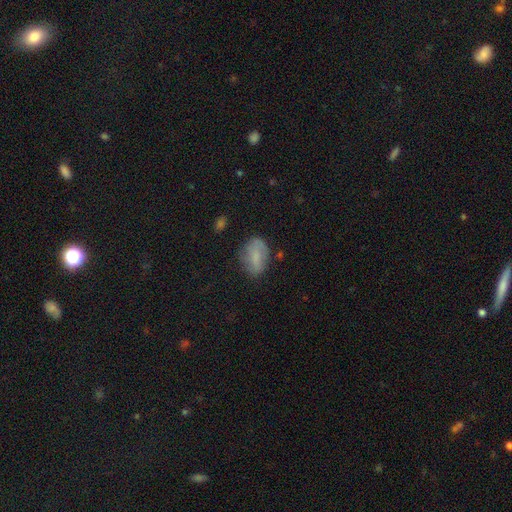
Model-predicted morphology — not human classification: Smooth or featured? Predicted: smooth (p=0.67). How rounded? Predicted: in between (p=0.83). Merging? Predicted: none (p=0.66).